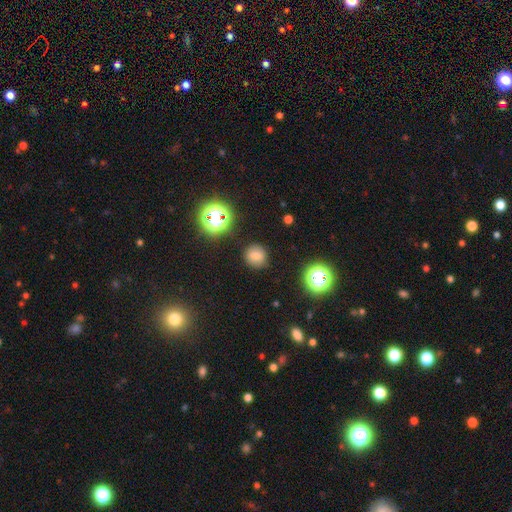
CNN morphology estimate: Smooth or featured? Predicted: smooth (p=0.74). How rounded? Predicted: round (p=0.85). Merging? Predicted: none (p=0.87).